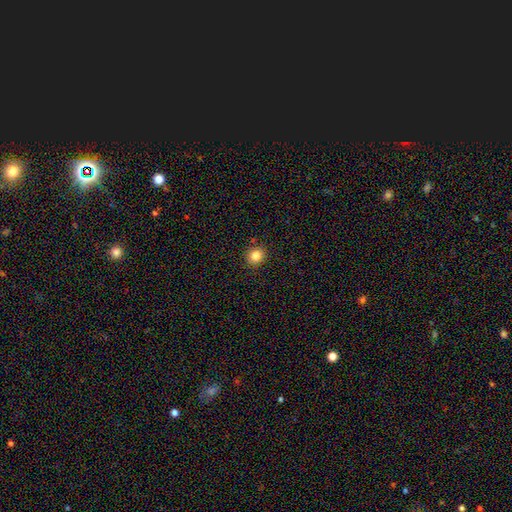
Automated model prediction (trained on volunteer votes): A smooth galaxy with no disk features (84%) that is round (86%).

Vote fractions:
- Smooth or featured? smooth: 84% / star or artifact: 12% / featured or disk: 5%
- How rounded? round: 86% / in between: 13% / cigar-shaped: 1%
- Merging? none: 90% / minor disturbance: 7% / major disturbance: 2% / merger: 2%